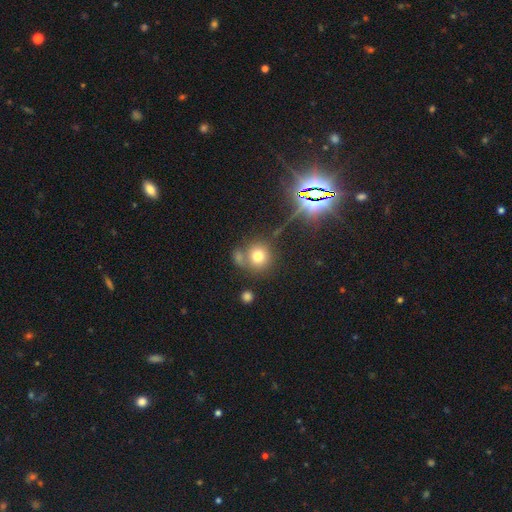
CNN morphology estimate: This appears to be a smooth galaxy with no disk features (69%) that is round (89%). Merging: none (63%).